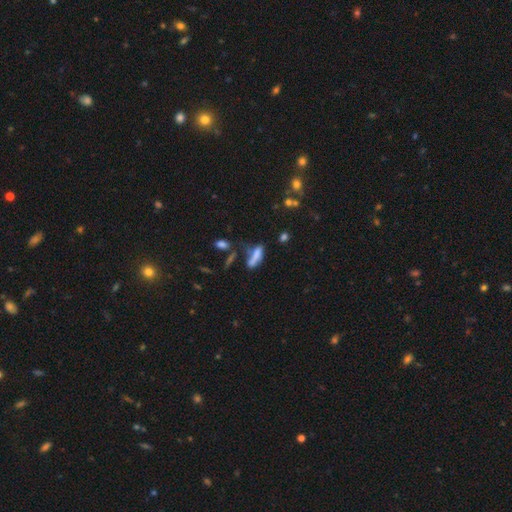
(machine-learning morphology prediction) This is likely a smooth galaxy (65%). How rounded: possibly in between (53%). Merging: marginally merger (33%).